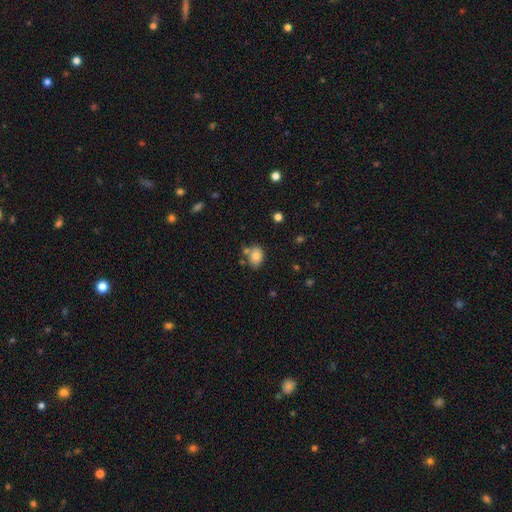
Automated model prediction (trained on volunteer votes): A smooth galaxy with no disk features (80%) that is in between round and cigar-shaped (69%). Merging: none (64%).